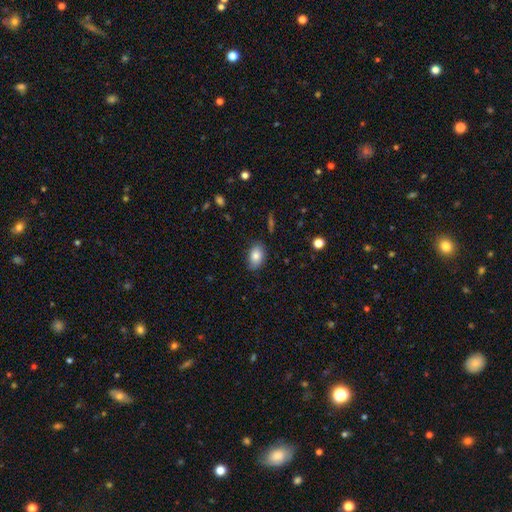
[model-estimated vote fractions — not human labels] smooth_or_featured: smooth (p=0.83) [alt: featured or disk p=0.09]
how_rounded: in between (p=0.87) [alt: round p=0.11]
merging: none (p=0.82) [alt: minor disturbance p=0.14]